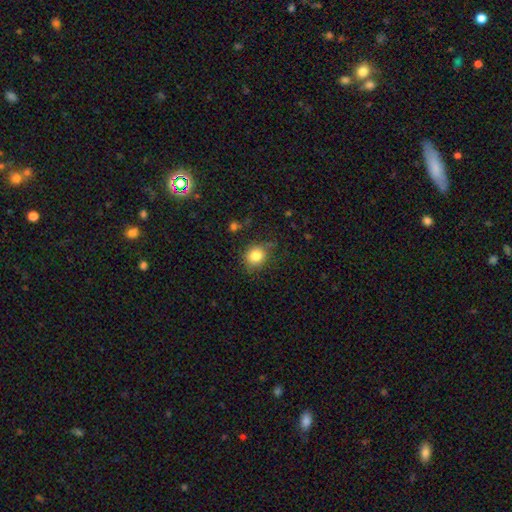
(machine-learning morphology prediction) type=smooth (83%); roundness=round (78%); merging=none (78%).